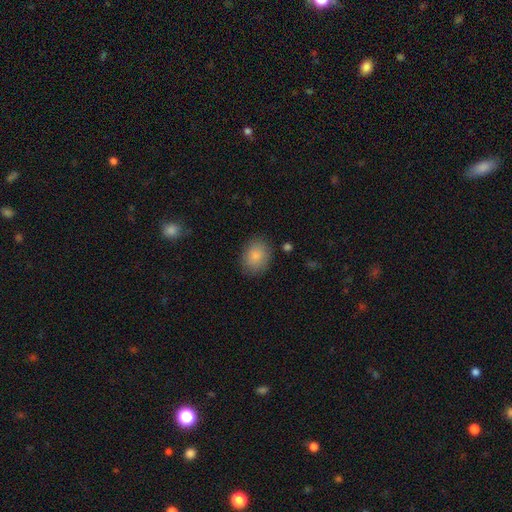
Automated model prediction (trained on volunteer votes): Smooth or featured?
  - smooth: 86% *
  - star or artifact: 8%
  - featured or disk: 6%
How rounded?
  - in between: 53% *
  - round: 46%
  - cigar-shaped: 1%
Merging?
  - none: 83% *
  - minor disturbance: 12%
  - major disturbance: 3%
  - merger: 2%